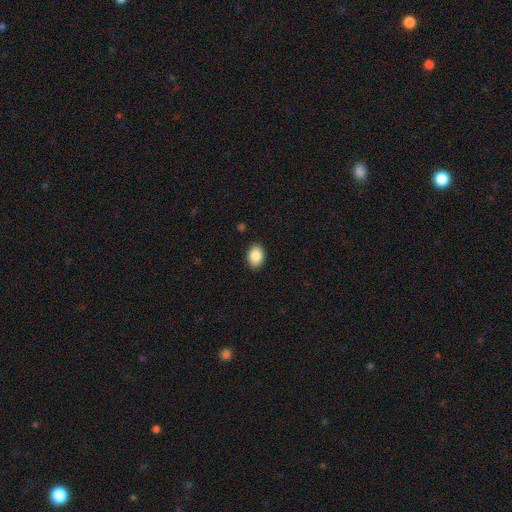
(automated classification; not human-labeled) Q: Smooth or featured?
A: smooth (87%); runner-up: star or artifact (8%)
Q: How rounded?
A: in between (78%); runner-up: round (21%)
Q: Merging?
A: none (90%); runner-up: minor disturbance (8%)